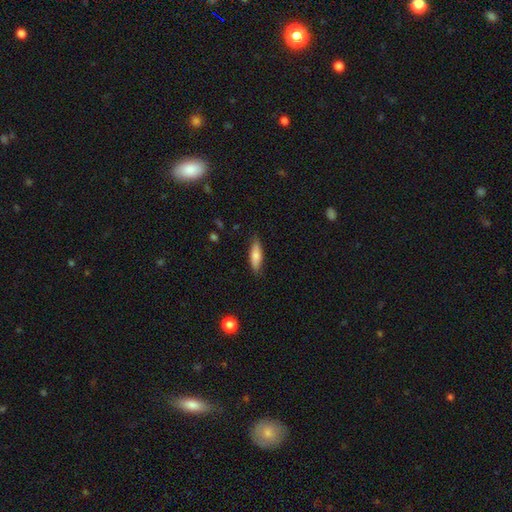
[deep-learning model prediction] This appears to be a smooth galaxy with no disk features (73%) that is cigar-shaped (50%). Merging: none (83%).